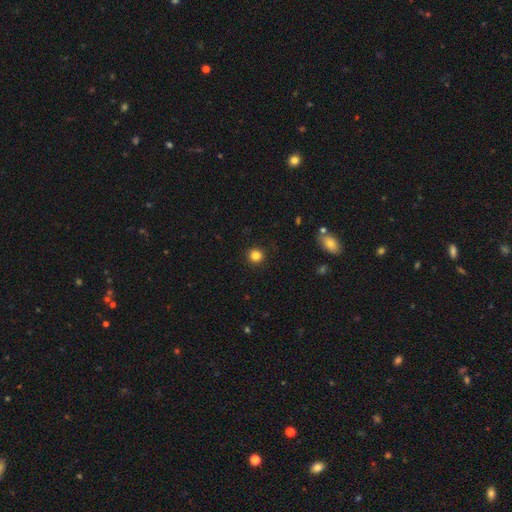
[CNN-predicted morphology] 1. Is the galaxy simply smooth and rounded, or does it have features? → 84% smooth, 12% star or artifact, 4% featured or disk.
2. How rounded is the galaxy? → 93% round, 6% in between, 1% cigar-shaped.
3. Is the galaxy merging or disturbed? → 92% none, 5% minor disturbance, 2% major disturbance, 1% merger.